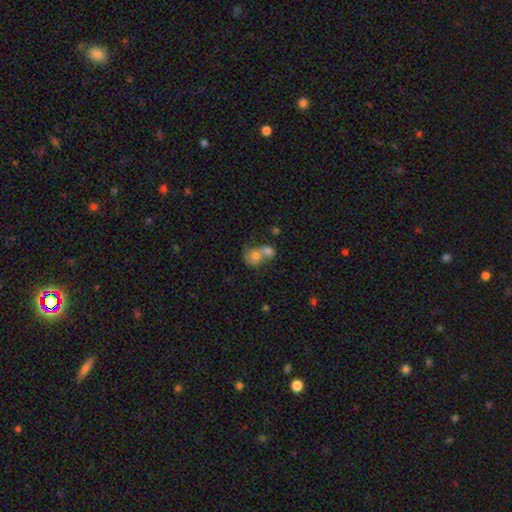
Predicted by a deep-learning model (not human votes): Smooth or featured?
  - smooth: 68% *
  - featured or disk: 22%
  - star or artifact: 10%
How rounded?
  - round: 55% *
  - in between: 44%
  - cigar-shaped: 1%
Merging?
  - merger: 69% *
  - none: 17%
  - minor disturbance: 7%
  - major disturbance: 6%